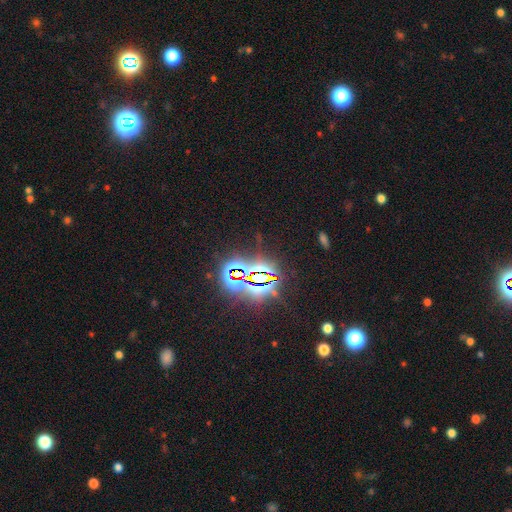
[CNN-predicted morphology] Smooth or featured?
  - star or artifact: 82% *
  - smooth: 10%
  - featured or disk: 8%